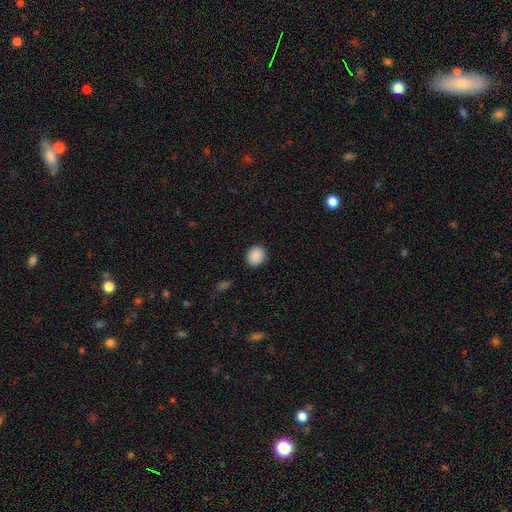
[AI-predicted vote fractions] smooth 90%, star or artifact 8%, featured or disk 3%. Down the decision tree: how rounded — round (70%); merging — none (88%).